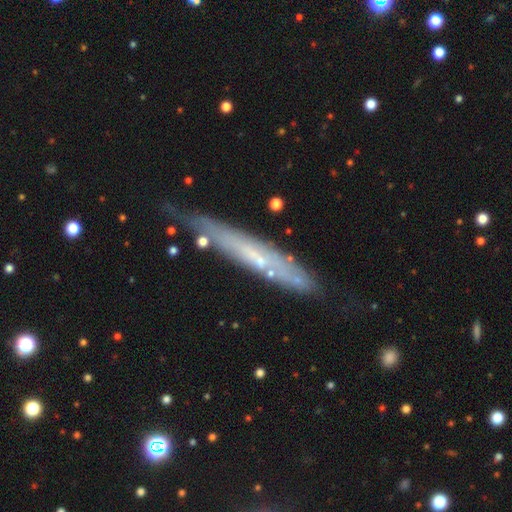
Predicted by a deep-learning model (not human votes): A featured or disk galaxy (67%) viewed edge-on (67%). Merging: none (69%).